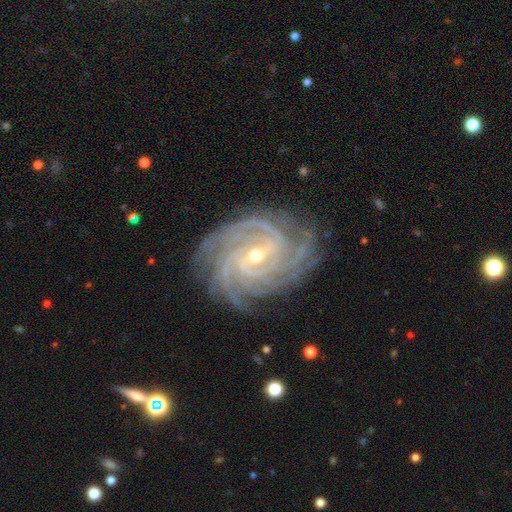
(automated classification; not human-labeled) Q: Smooth or featured?
A: featured or disk (93%); runner-up: star or artifact (4%)
Q: Edge-on disk?
A: no (97%); runner-up: yes (3%)
Q: Bar?
A: weak (48%); runner-up: strong (27%)
Q: Spiral arms?
A: yes (99%); runner-up: no (1%)
Q: Spiral winding?
A: tight (76%); runner-up: medium (22%)
Q: Spiral arm count?
A: 4 (36%); runner-up: more than 4 (19%)
Q: Bulge size?
A: small (59%); runner-up: moderate (39%)
Q: Merging?
A: none (81%); runner-up: minor disturbance (14%)